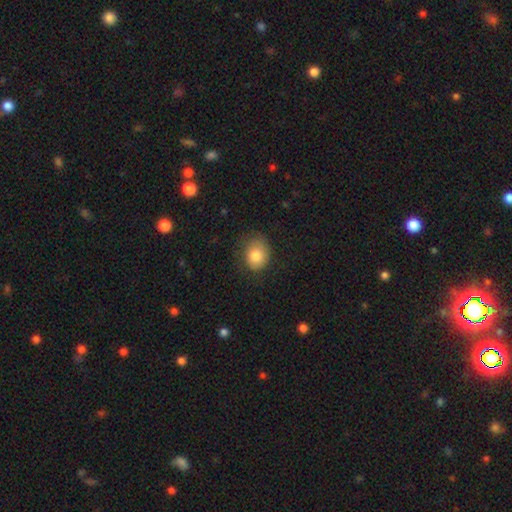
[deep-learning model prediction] Overall: smooth (82%). How rounded: round (54%; in between 45%). Merging: none (65%; minor disturbance 25%).